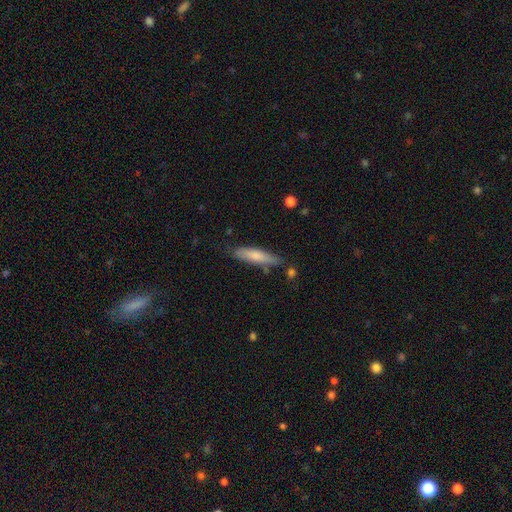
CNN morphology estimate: This appears to be a smooth galaxy with no disk features (73%) that is cigar-shaped (79%). Merging: none (76%).